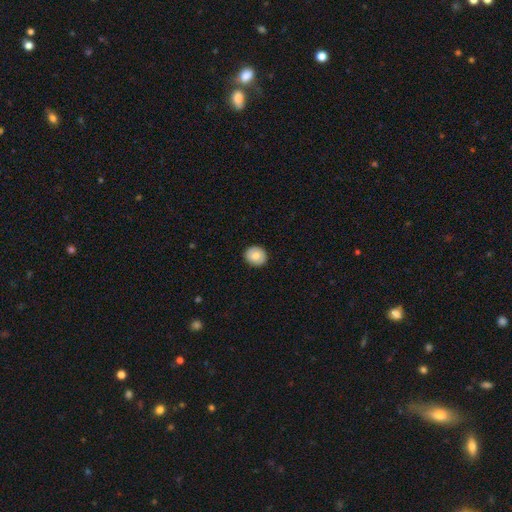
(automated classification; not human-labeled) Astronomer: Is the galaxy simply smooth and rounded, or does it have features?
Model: smooth — 78%.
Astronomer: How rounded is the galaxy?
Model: round — 81%.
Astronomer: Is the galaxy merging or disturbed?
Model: none — 91%.